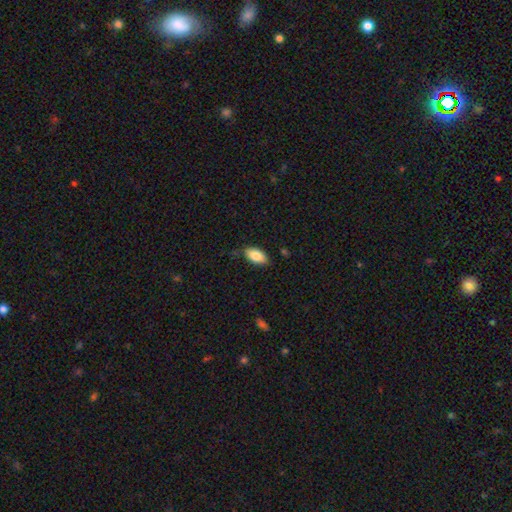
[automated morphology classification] Smooth or featured?
  - smooth: 84% *
  - featured or disk: 9%
  - star or artifact: 7%
How rounded?
  - in between: 93% *
  - cigar-shaped: 4%
  - round: 3%
Merging?
  - none: 81% *
  - minor disturbance: 15%
  - major disturbance: 2%
  - merger: 2%